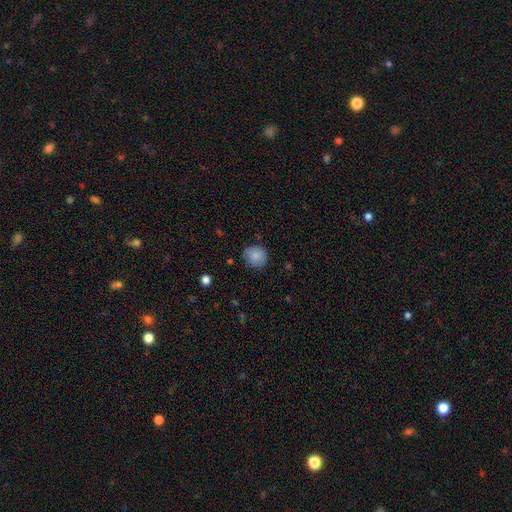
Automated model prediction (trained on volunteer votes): smooth-or-featured: smooth: 86% | star or artifact: 8% | featured or disk: 6%
  how-rounded: round: 89% | in between: 10% | cigar-shaped: 1%
  merging: none: 83% | minor disturbance: 13% | major disturbance: 3% | merger: 1%